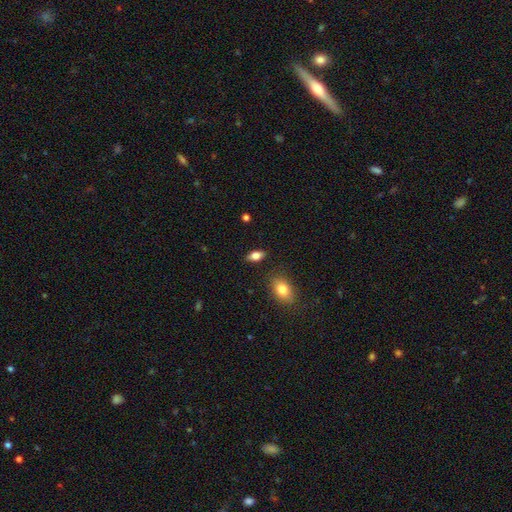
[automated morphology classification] A smooth galaxy with no disk features (78%) that is in between round and cigar-shaped (87%).

Vote fractions:
- Smooth or featured? smooth: 78% / featured or disk: 14% / star or artifact: 8%
- How rounded? in between: 87% / cigar-shaped: 8% / round: 5%
- Merging? none: 85% / minor disturbance: 11% / major disturbance: 3% / merger: 2%